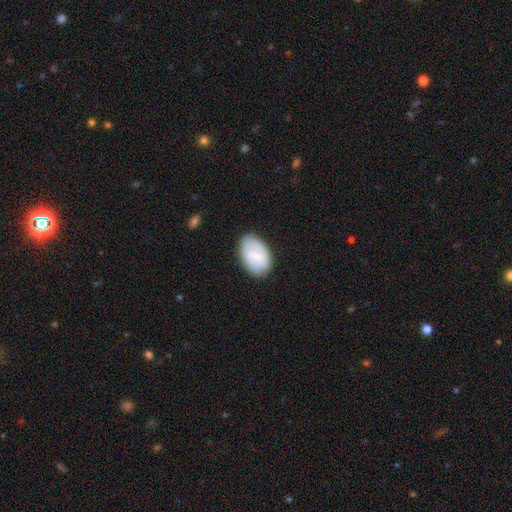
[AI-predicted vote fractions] This is likely a smooth galaxy (67%). How rounded: clearly in between (90%). Merging: likely none (76%).